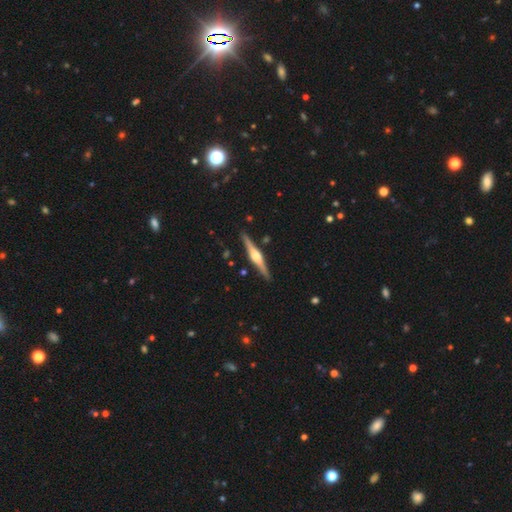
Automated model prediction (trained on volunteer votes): A featured or disk galaxy (81%) viewed edge-on (98%) with a rounded central bulge (88%). Merging: none (90%).